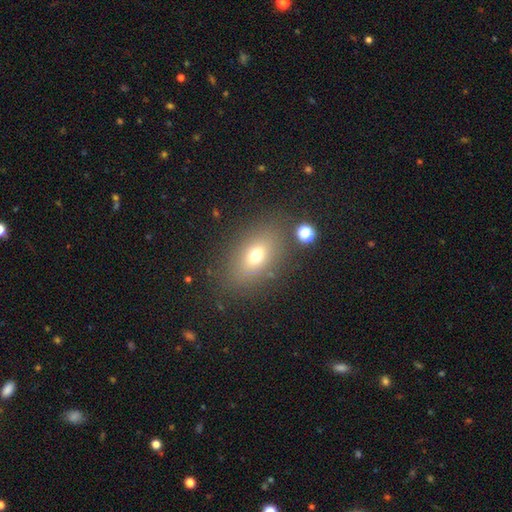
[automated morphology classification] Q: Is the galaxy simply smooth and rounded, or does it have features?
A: smooth — 69%.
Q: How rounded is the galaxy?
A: in between — 79%.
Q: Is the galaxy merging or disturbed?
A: none — 80%.